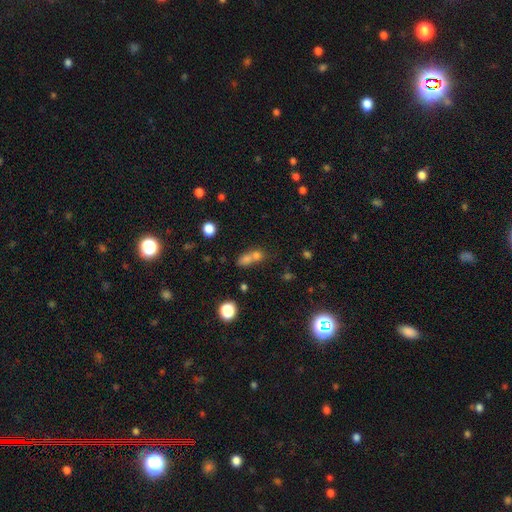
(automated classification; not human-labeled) A smooth galaxy with no disk features (71%) that is round (48%).

Vote fractions:
- Smooth or featured? smooth: 71% / star or artifact: 16% / featured or disk: 14%
- How rounded? round: 48% / in between: 46% / cigar-shaped: 5%
- Merging? merger: 64% / none: 25% / minor disturbance: 6% / major disturbance: 4%